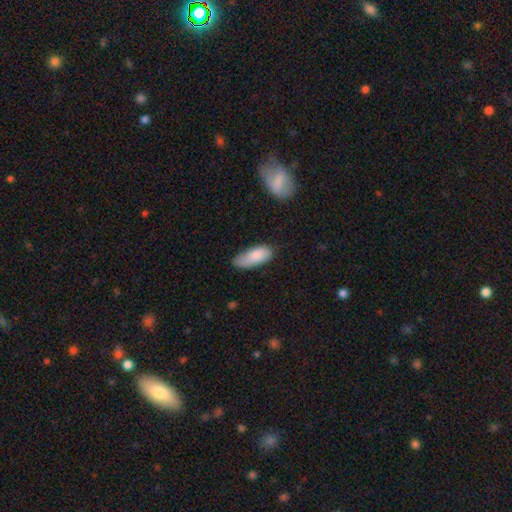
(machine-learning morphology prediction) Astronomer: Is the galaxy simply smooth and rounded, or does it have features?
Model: smooth — 84%.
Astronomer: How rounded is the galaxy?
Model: in between — 81%.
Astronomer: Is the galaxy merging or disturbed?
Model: none — 54% (runner-up: minor disturbance, 35%).